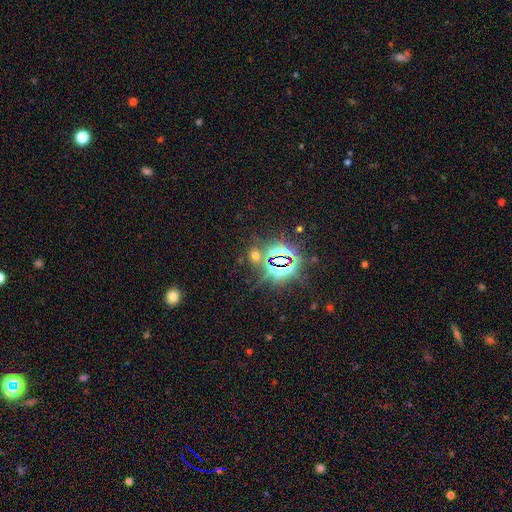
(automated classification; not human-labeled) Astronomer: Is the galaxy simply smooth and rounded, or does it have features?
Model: star or artifact — 61%.